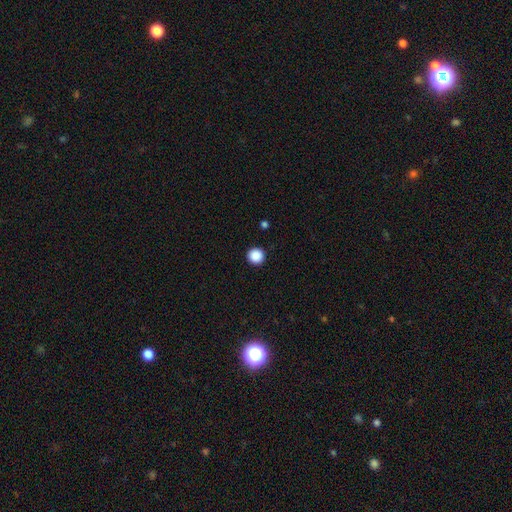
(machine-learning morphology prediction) smooth_or_featured: smooth (p=0.88) [alt: star or artifact p=0.10]
how_rounded: round (p=0.95) [alt: in between p=0.04]
merging: none (p=0.93) [alt: minor disturbance p=0.04]